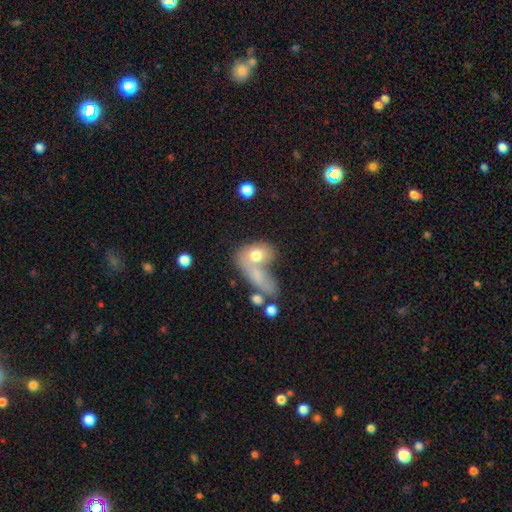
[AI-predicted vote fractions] Smooth or featured? smooth (68%)
How rounded? in between (67%)
Merging? merger (52%)